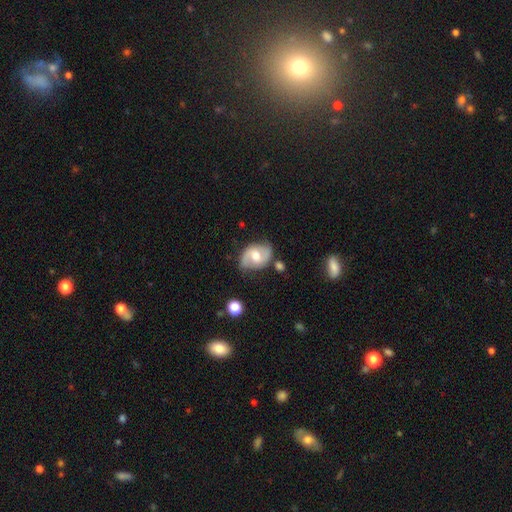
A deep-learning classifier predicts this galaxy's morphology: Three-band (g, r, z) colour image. It shows a featured or disk galaxy (73%) with a weak bar (51%), 2 (88%) medium (50%) spiral arms (91%) and a moderate central bulge (64%). Merging: none (68%).